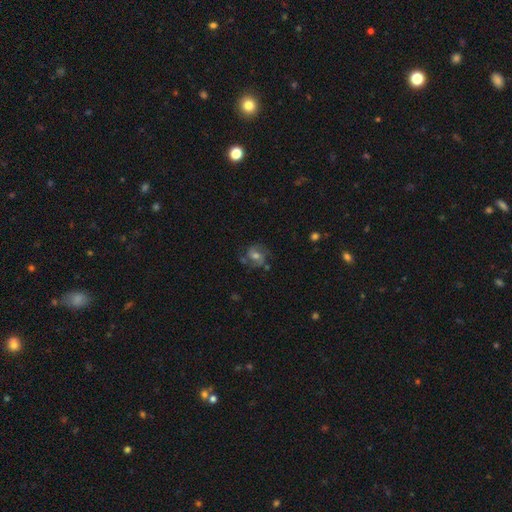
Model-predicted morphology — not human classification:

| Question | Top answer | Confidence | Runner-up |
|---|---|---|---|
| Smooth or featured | featured or disk | 65% | smooth (22%) |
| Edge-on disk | no | 97% | yes (3%) |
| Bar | no | 50% | weak (39%) |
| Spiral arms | yes | 87% | no (13%) |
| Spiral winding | medium | 51% | tight (29%) |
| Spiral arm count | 2 | 63% | can't tell (17%) |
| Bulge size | moderate | 63% | small (26%) |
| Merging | none | 68% | minor disturbance (18%) |